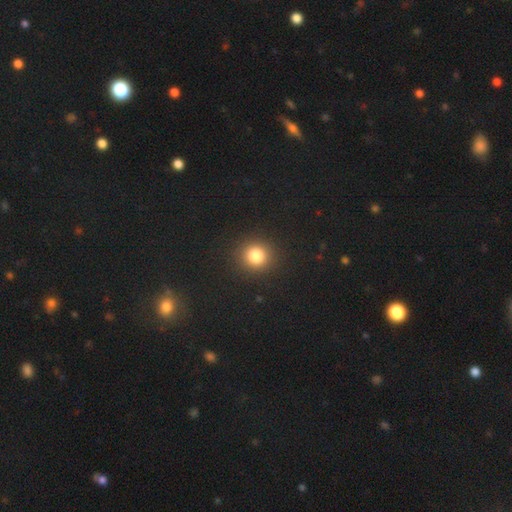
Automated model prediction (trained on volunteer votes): smooth_or_featured: smooth (p=0.81) [alt: star or artifact p=0.14]
how_rounded: round (p=0.91) [alt: in between p=0.08]
merging: none (p=0.91) [alt: minor disturbance p=0.05]